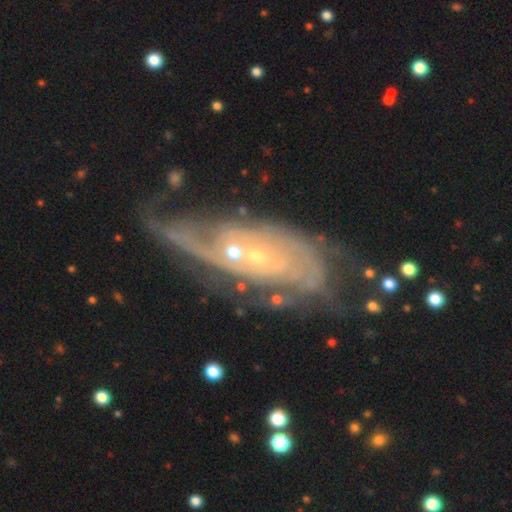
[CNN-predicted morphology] Overall: featured or disk (84%). Edge-on disk: no (90%). Bar: no (63%; weak 28%). Spiral arms: yes (90%). Spiral arm count: can't tell (40%; 2 29%). Spiral winding: tight (57%; medium 31%). Bulge size: small (72%). Merging: none (51%; minor disturbance 22%).